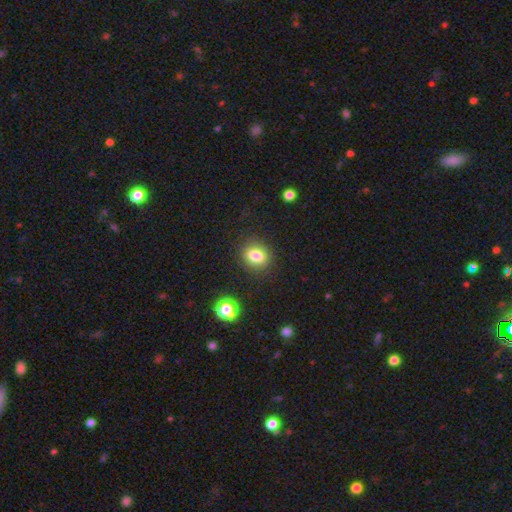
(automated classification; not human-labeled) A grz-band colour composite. It shows a smooth galaxy with no disk features (79%) that is in between round and cigar-shaped (54%). Merging: none (88%).